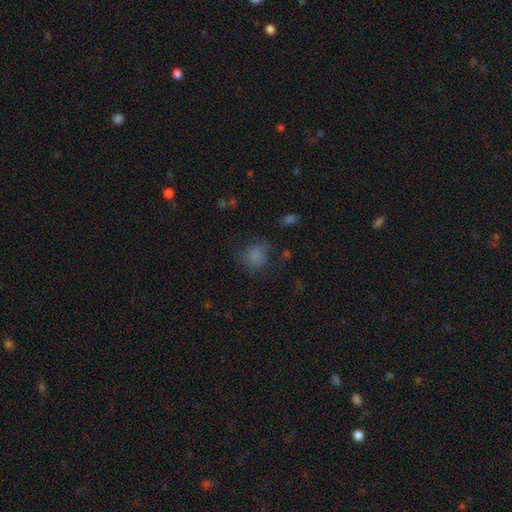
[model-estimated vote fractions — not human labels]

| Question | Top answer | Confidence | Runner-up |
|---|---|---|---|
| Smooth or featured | smooth | 76% | star or artifact (15%) |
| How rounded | round | 72% | in between (27%) |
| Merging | none | 60% | minor disturbance (23%) |